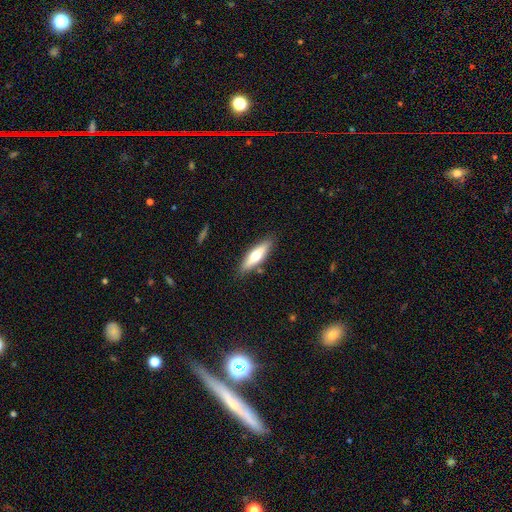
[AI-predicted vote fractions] Smooth or featured? smooth (57%)
How rounded? cigar-shaped (59%)
Merging? none (85%)